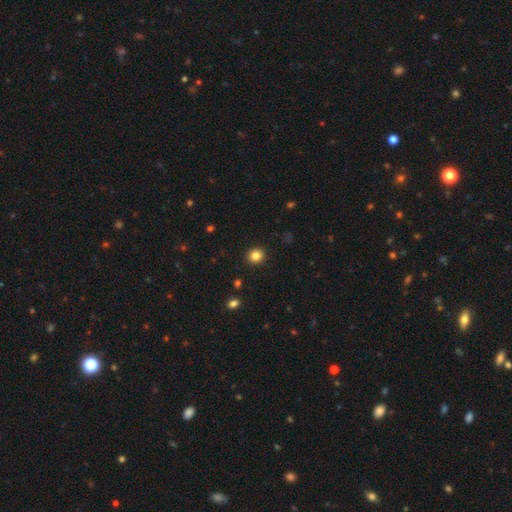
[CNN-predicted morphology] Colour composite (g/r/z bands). It shows a smooth galaxy with no disk features (84%) that is round (90%). Merging: none (92%).